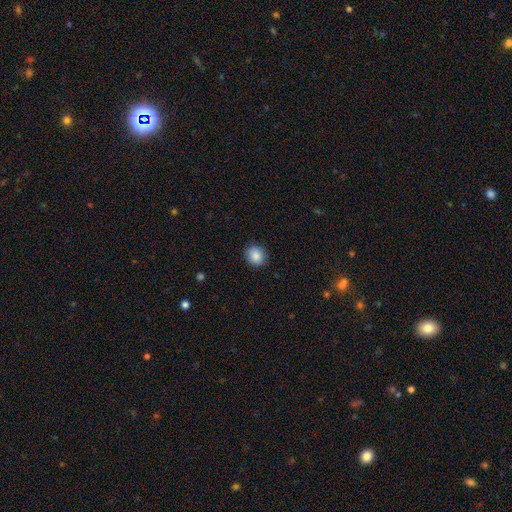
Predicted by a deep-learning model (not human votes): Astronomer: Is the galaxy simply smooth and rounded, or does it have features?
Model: smooth — 88%.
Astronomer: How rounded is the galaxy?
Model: round — 81%.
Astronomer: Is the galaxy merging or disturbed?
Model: none — 89%.